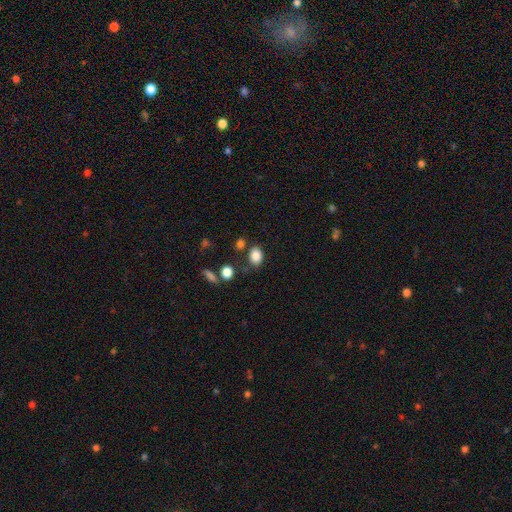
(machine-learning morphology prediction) Overall: smooth (85%). How rounded: in between (73%). Merging: none (72%).